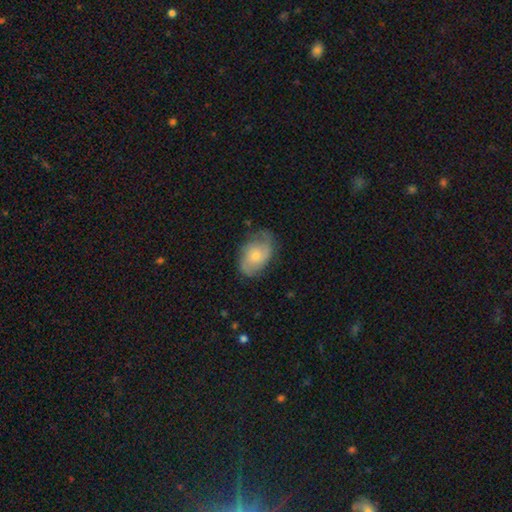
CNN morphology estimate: Smooth or featured? Predicted: featured or disk (p=0.50). Edge-on disk? Predicted: no (p=0.96). Merging? Predicted: none (p=0.61).